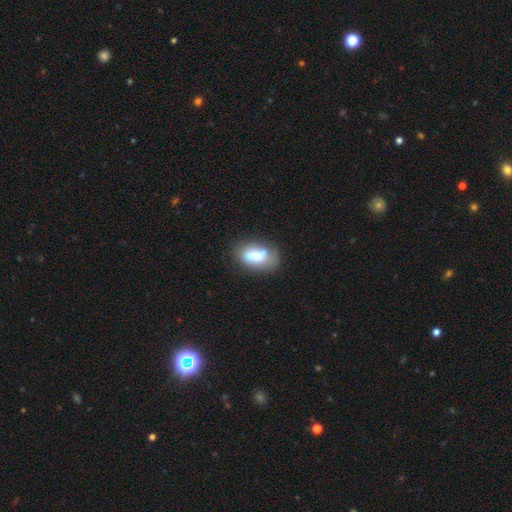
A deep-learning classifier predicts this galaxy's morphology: smooth 71%, featured or disk 20%, star or artifact 8%. Down the decision tree: how rounded — in between (88%); merging — none (59%).